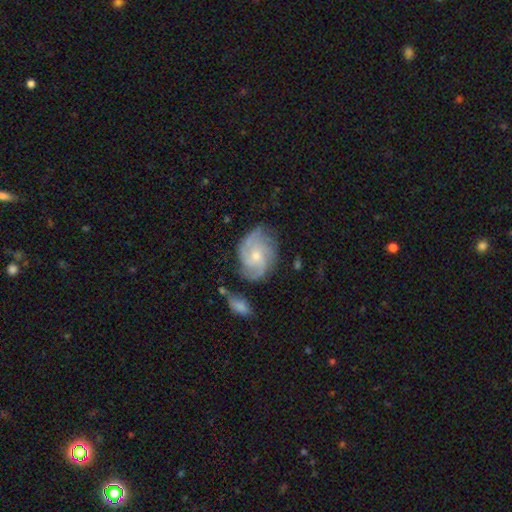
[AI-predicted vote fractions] Q: Smooth or featured?
A: featured or disk (82%); runner-up: smooth (13%)
Q: Edge-on disk?
A: no (98%); runner-up: yes (2%)
Q: Bar?
A: no (68%); runner-up: weak (29%)
Q: Spiral arms?
A: yes (96%); runner-up: no (4%)
Q: Spiral winding?
A: tight (44%); runner-up: medium (43%)
Q: Spiral arm count?
A: 3 (36%); runner-up: can't tell (19%)
Q: Bulge size?
A: small (56%); runner-up: moderate (39%)
Q: Merging?
A: none (67%); runner-up: minor disturbance (21%)